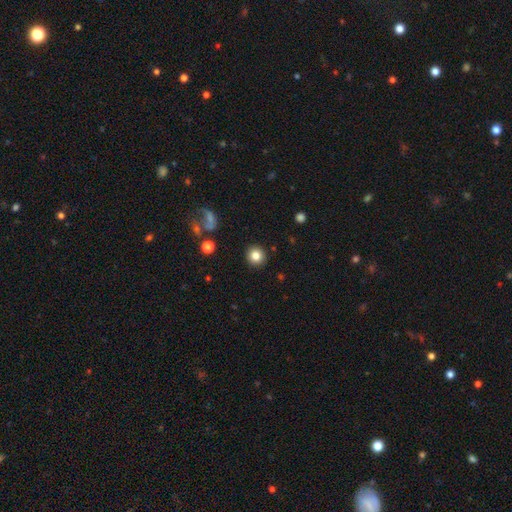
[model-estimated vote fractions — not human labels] Smooth or featured? Predicted: smooth (p=0.83). How rounded? Predicted: round (p=0.93). Merging? Predicted: none (p=0.92).